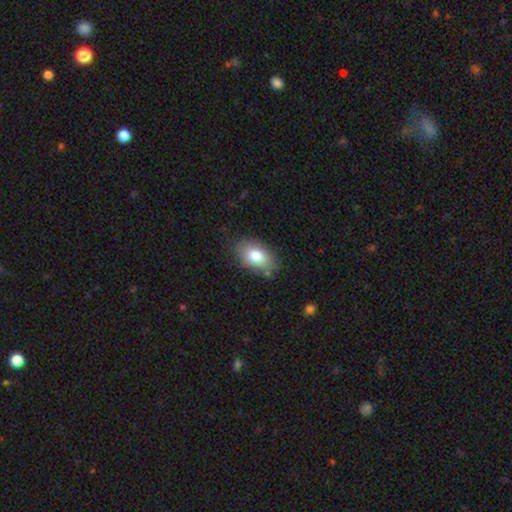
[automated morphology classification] The model was most divided on "merging": none: 78%, minor disturbance: 15%, major disturbance: 4%, merger: 3%. More confident: how rounded — in between (90%); smooth or featured — smooth (80%).